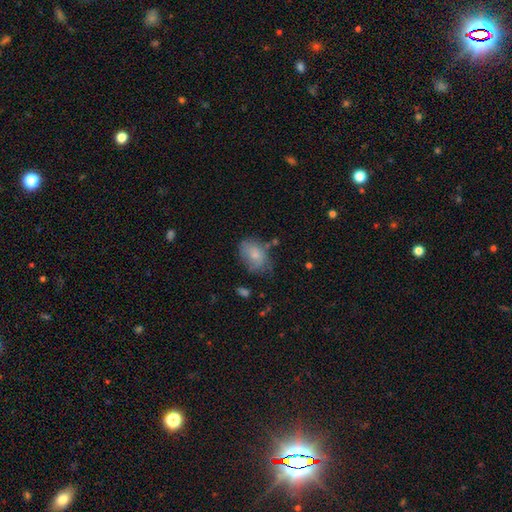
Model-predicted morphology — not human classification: Smooth or featured? Predicted: smooth (p=0.76). How rounded? Predicted: in between (p=0.81). Merging? Predicted: none (p=0.52).